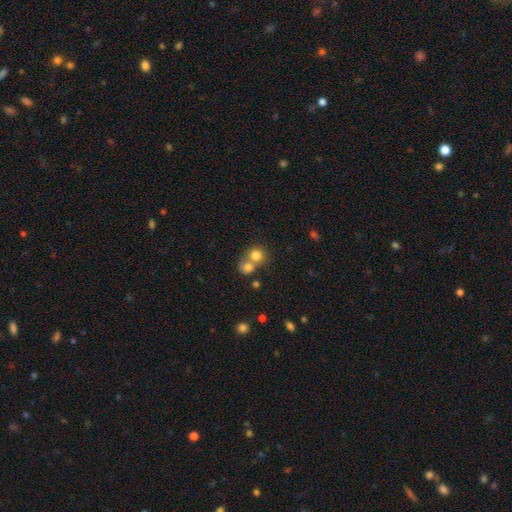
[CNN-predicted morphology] This appears to be a smooth galaxy with no disk features (78%) that is round (82%). Merging: merger (57%).